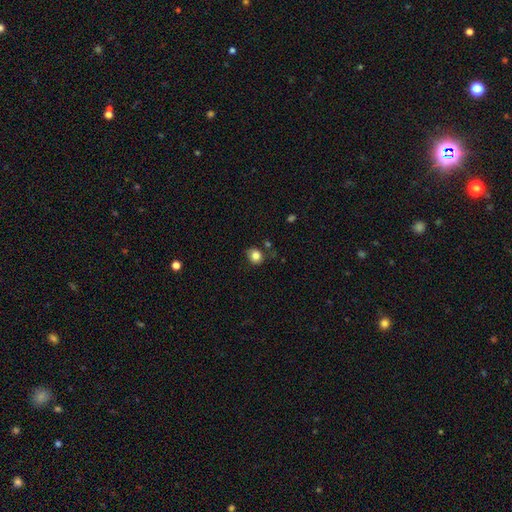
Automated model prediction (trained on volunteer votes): Smooth or featured? Predicted: smooth (p=0.82). How rounded? Predicted: round (p=0.69). Merging? Predicted: none (p=0.70).